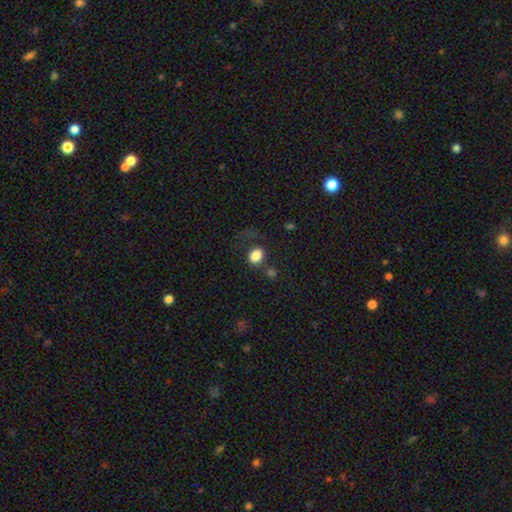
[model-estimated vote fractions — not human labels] A smooth galaxy with no disk features (84%) that is in between round and cigar-shaped (57%). Merging: none (60%).